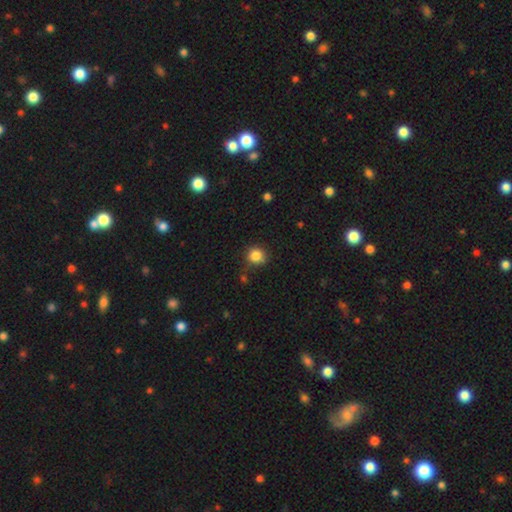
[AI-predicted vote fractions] Q: Smooth or featured?
A: smooth (85%); runner-up: star or artifact (11%)
Q: How rounded?
A: round (89%); runner-up: in between (10%)
Q: Merging?
A: none (78%); runner-up: minor disturbance (15%)